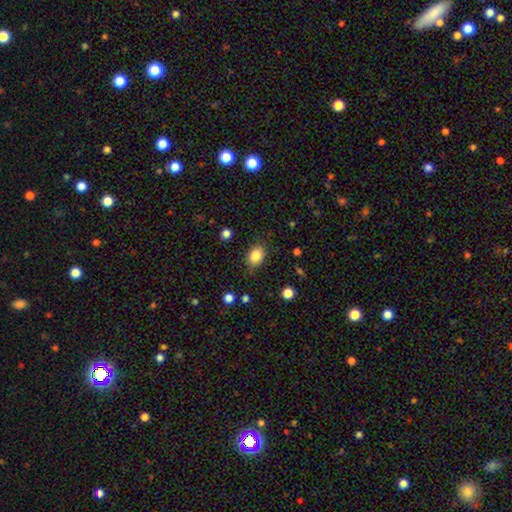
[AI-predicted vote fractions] Overall: smooth (86%). How rounded: in between (69%; round 30%). Merging: none (78%).